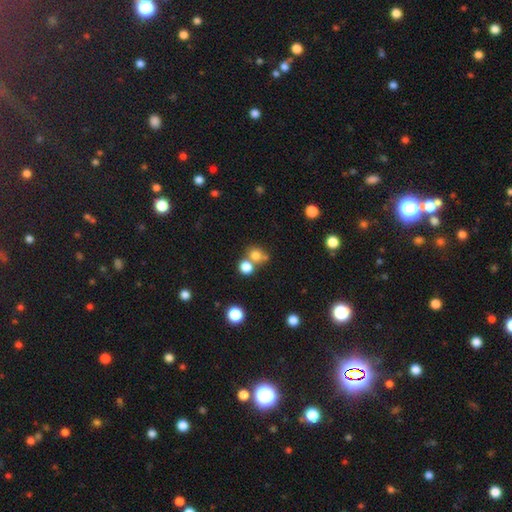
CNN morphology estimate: Overall: smooth (77%). How rounded: round (81%). Merging: none (52%; merger 37%).